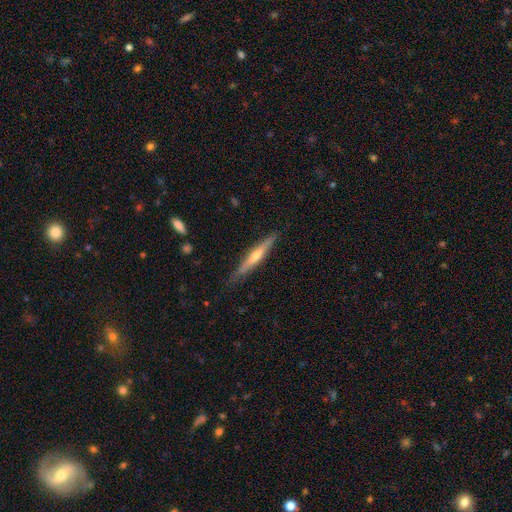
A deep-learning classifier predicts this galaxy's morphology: type=featured or disk (57%); edge-on=yes (96%); edge-on bulge=rounded (67%); merging=none (84%).